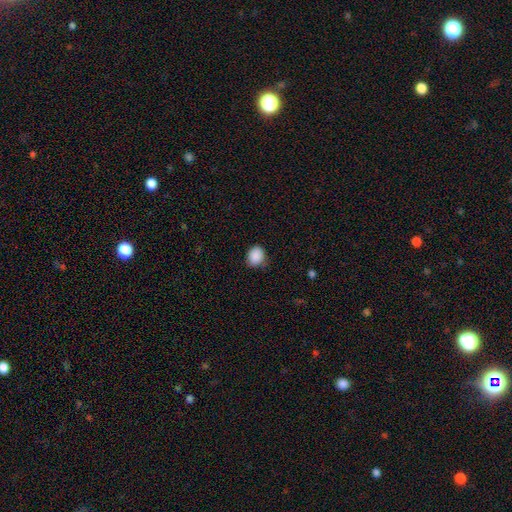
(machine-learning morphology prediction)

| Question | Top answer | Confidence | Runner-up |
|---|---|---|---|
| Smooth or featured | smooth | 89% | star or artifact (8%) |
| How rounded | round | 56% | in between (43%) |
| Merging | none | 78% | minor disturbance (17%) |